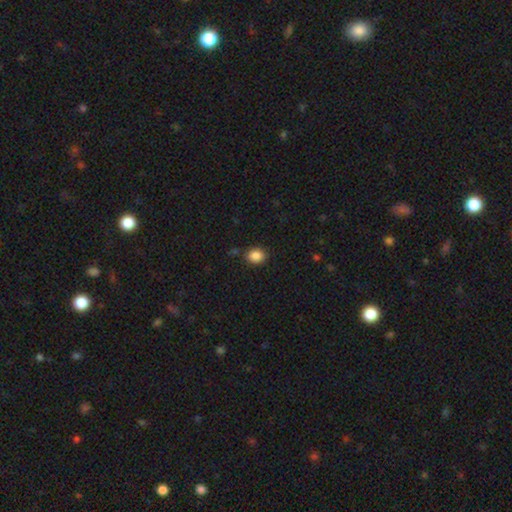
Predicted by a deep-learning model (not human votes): Smooth or featured? Predicted: smooth (p=0.87). How rounded? Predicted: round (p=0.52). Merging? Predicted: none (p=0.85).